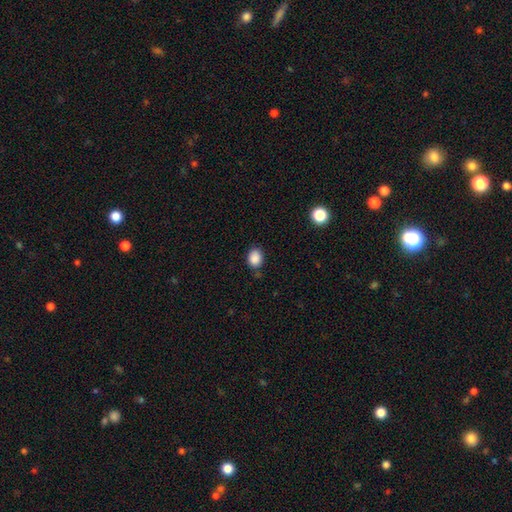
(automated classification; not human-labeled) The model was most divided on "how rounded": in between: 54%, round: 45%, cigar-shaped: 1%. More confident: smooth or featured — smooth (87%); merging — none (76%).